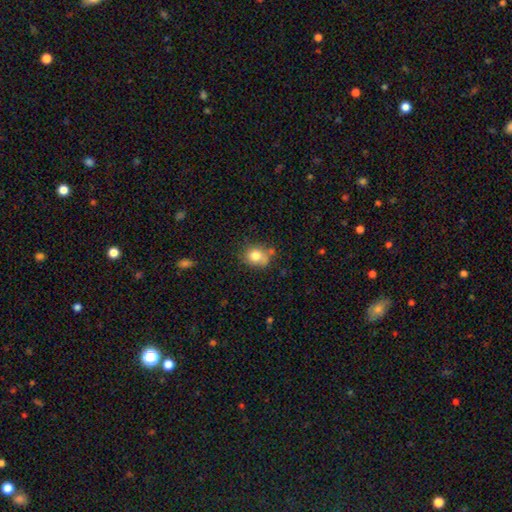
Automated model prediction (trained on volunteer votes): This appears to be a smooth galaxy with no disk features (79%) that is round (67%). Merging: none (58%).